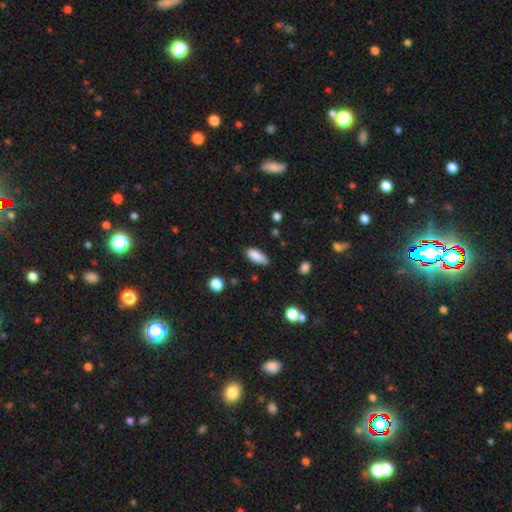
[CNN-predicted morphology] smooth-or-featured: smooth: 87% | star or artifact: 7% | featured or disk: 6%
  how-rounded: in between: 83% | cigar-shaped: 15% | round: 2%
  merging: none: 77% | minor disturbance: 18% | major disturbance: 3% | merger: 2%